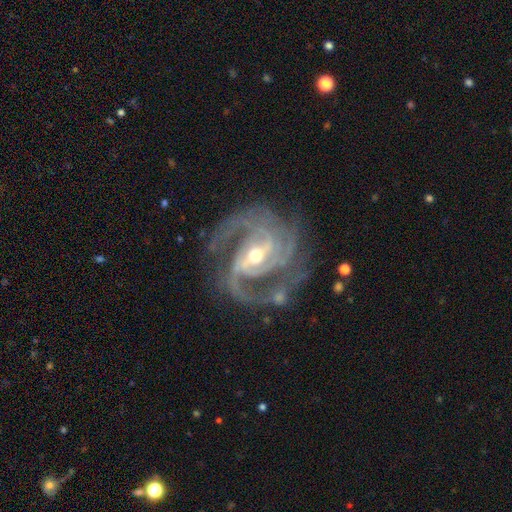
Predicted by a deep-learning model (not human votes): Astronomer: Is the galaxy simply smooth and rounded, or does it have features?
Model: featured or disk — 94%.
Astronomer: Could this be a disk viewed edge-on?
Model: no — 98%.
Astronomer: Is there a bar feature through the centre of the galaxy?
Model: weak — 44% (runner-up: strong, 38%).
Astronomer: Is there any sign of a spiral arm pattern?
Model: yes — 99%.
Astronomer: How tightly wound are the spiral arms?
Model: medium — 51% (runner-up: tight, 40%).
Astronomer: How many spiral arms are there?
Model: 3 — 40% (runner-up: 2, 33%).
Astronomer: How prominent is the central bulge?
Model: moderate — 57% (runner-up: small, 39%).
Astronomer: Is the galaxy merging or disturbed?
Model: none — 68%.